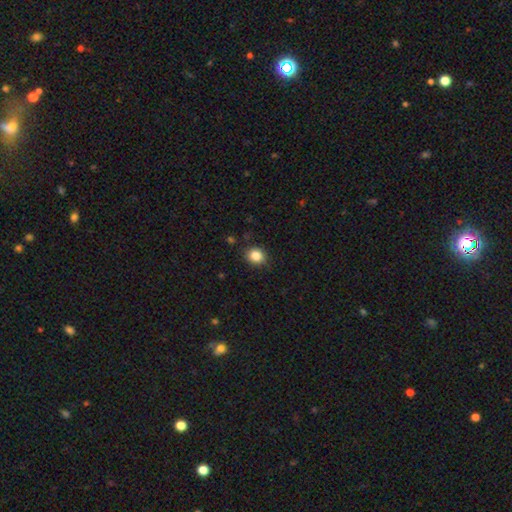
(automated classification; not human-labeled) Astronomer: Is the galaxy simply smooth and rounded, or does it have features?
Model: smooth — 85%.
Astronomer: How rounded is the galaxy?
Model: round — 65%.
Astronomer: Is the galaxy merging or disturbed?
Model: none — 87%.